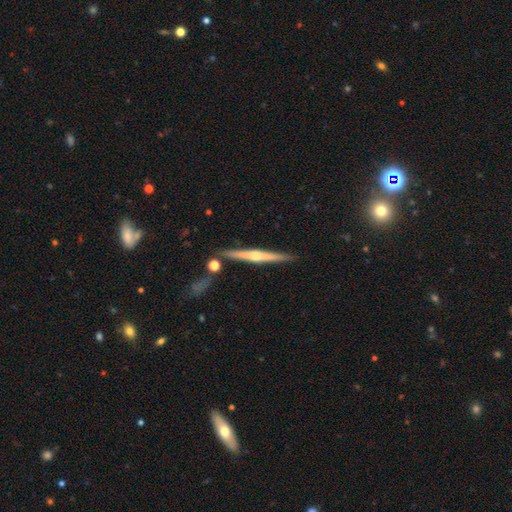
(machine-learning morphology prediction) smooth-or-featured: featured or disk: 73% | smooth: 21% | star or artifact: 6%
  disk-edge-on: yes: 98% | no: 2%
    edge-on-bulge: rounded: 86% | none: 9% | boxy: 5%
  merging: none: 86% | minor disturbance: 8% | merger: 5% | major disturbance: 2%